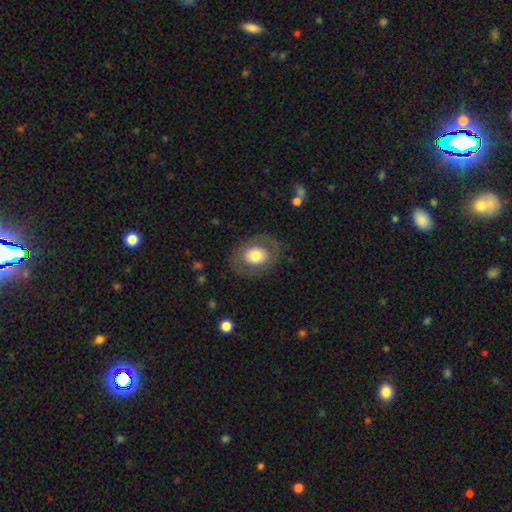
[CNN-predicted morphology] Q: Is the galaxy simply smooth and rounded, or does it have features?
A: smooth — 62%.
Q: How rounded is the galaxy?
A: in between — 57%.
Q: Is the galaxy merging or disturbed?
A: none — 81%.